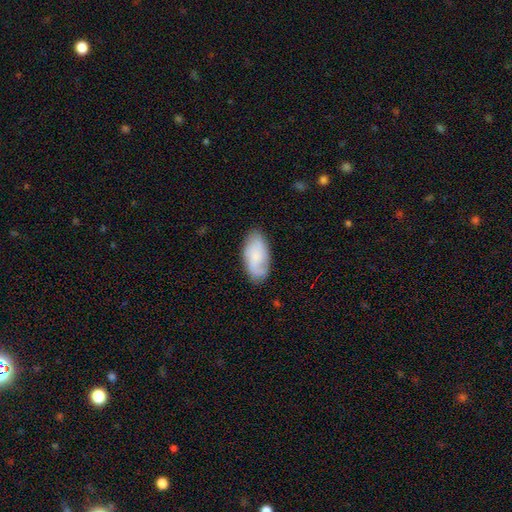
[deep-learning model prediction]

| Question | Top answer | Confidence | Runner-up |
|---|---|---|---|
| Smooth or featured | smooth | 53% | featured or disk (40%) |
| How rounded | in between | 93% | cigar-shaped (3%) |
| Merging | none | 76% | minor disturbance (18%) |